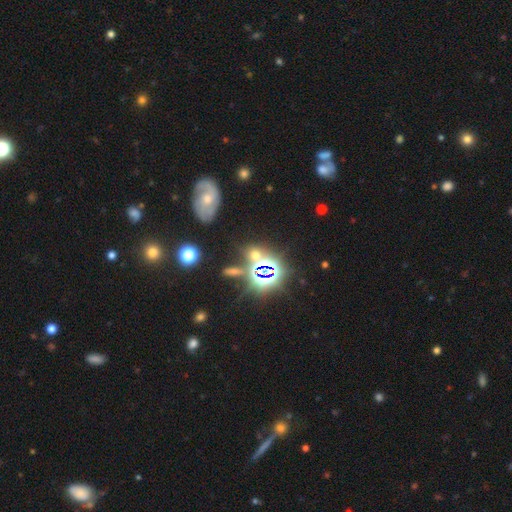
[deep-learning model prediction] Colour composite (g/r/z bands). It shows a star or artifact, not a galaxy (53%).